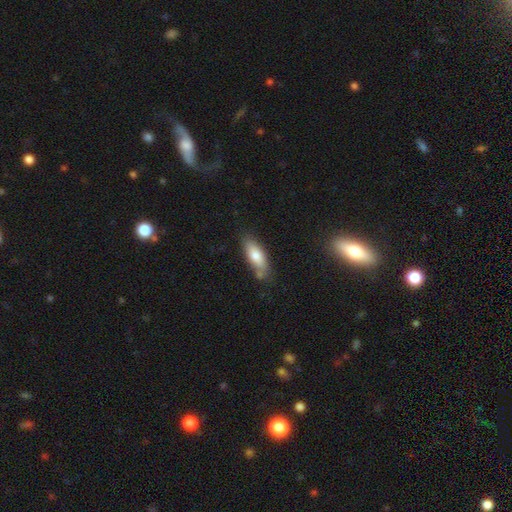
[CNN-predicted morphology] smooth_or_featured: smooth (p=0.75) [alt: featured or disk p=0.18]
how_rounded: in between (p=0.67) [alt: cigar-shaped p=0.30]
merging: none (p=0.70) [alt: minor disturbance p=0.20]